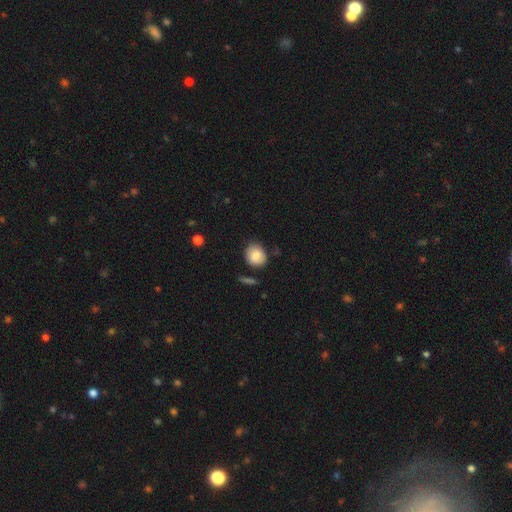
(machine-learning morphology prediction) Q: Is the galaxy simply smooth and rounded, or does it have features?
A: smooth — 82%.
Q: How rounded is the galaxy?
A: round — 68%.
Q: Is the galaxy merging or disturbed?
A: none — 73%.